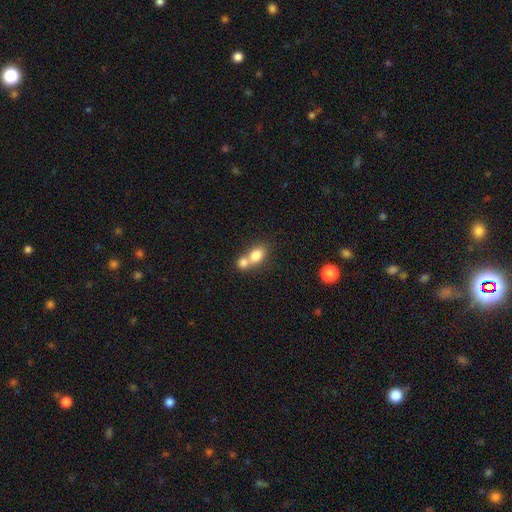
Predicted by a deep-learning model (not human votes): This appears to be a smooth galaxy with no disk features (78%) that is in between round and cigar-shaped (64%). Merging: merger (62%).